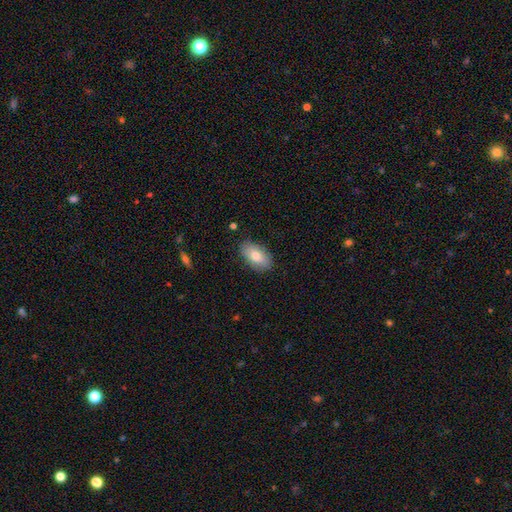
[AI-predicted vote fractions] smooth-or-featured: smooth: 77% | featured or disk: 16% | star or artifact: 6%
  how-rounded: in between: 93% | round: 4% | cigar-shaped: 2%
  merging: none: 84% | minor disturbance: 12% | major disturbance: 2% | merger: 1%